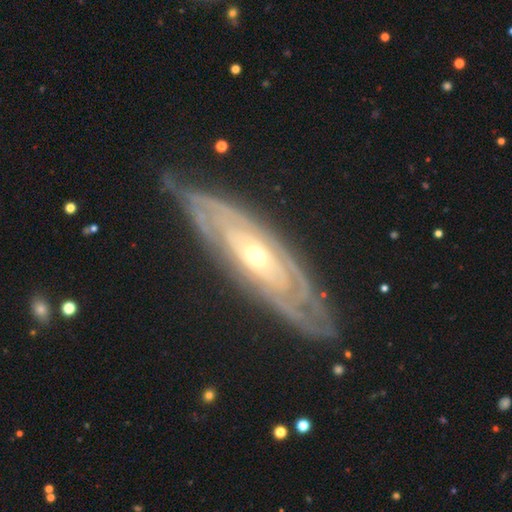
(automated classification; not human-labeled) featured or disk 86%, smooth 9%, star or artifact 5%. Down the decision tree: edge-on disk — no (79%); bar — no (76%); spiral arms — yes (89%); spiral arm count — can't tell (55%); spiral winding — tight (81%); bulge size — small (52%); merging — none (77%).